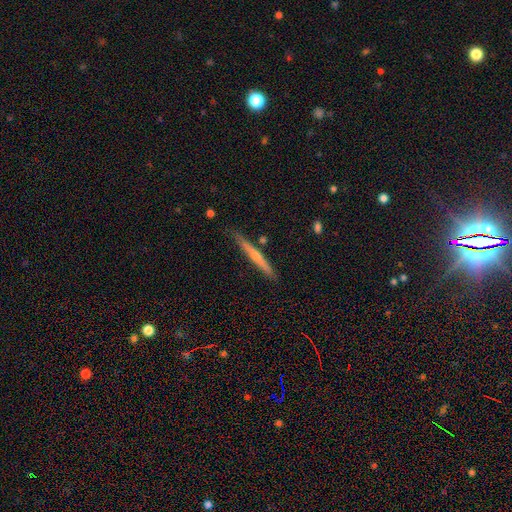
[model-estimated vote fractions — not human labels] Morphology: type=featured or disk (54%); edge-on=yes (97%); edge-on bulge=rounded (52%); merging=none (84%).